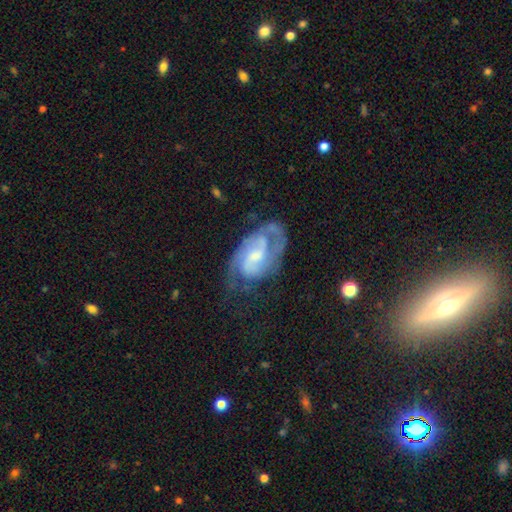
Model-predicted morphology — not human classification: Smooth or featured: featured or disk — 82% (smooth — 12%)
Edge-on disk: no — 97% (yes — 3%)
Bar: weak — 48% (no — 41%)
Spiral arms: yes — 93% (no — 7%)
Spiral winding: medium — 47% (tight — 38%)
Spiral arm count: 2 — 65% (can't tell — 16%)
Bulge size: small — 50% (moderate — 34%)
Merging: none — 52% (minor disturbance — 24%)